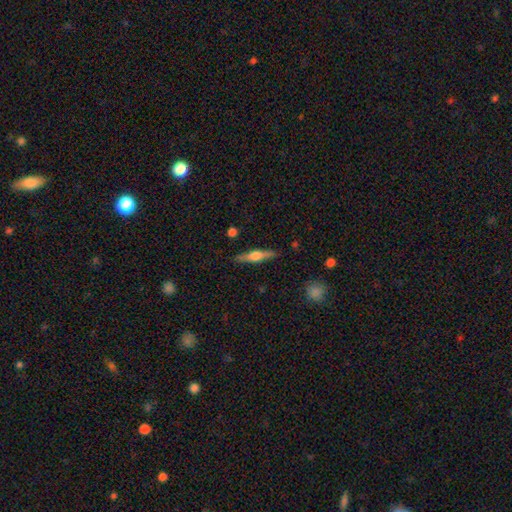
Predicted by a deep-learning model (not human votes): A featured or disk galaxy (60%) viewed edge-on (96%) with a rounded central bulge (86%).

Vote fractions:
- Smooth or featured? featured or disk: 60% / smooth: 34% / star or artifact: 6%
- Edge-on disk? yes: 96% / no: 4%
- Edge-on bulge? rounded: 86% / boxy: 10% / none: 4%
- Merging? none: 88% / minor disturbance: 9% / major disturbance: 2% / merger: 1%